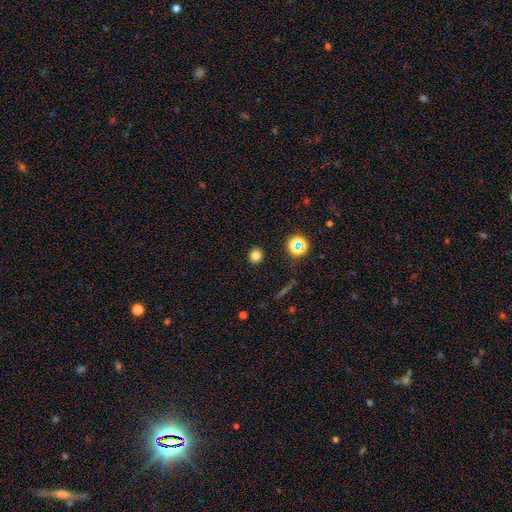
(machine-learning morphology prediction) smooth-or-featured: smooth: 77% | star or artifact: 17% | featured or disk: 6%
  how-rounded: round: 87% | in between: 12% | cigar-shaped: 1%
  merging: none: 91% | minor disturbance: 6% | major disturbance: 2% | merger: 1%